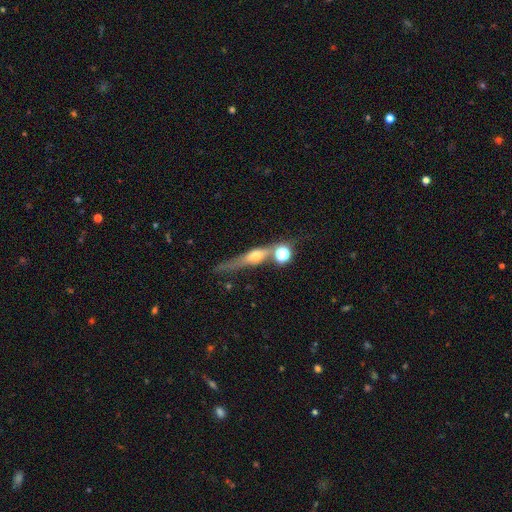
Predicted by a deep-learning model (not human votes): This appears to be a featured or disk galaxy (59%) viewed edge-on (87%) with a rounded central bulge (88%). Merging: none (58%).